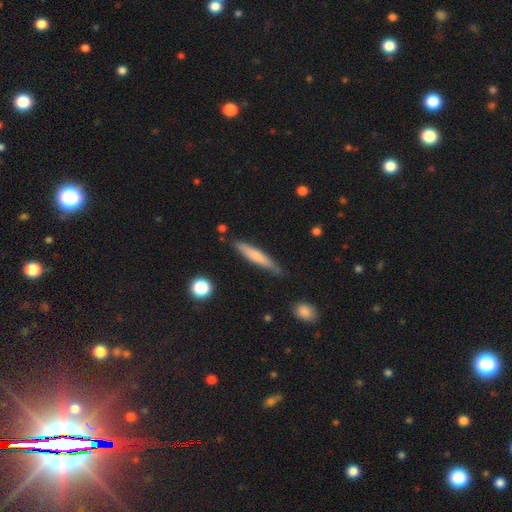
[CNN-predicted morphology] This is likely a smooth galaxy (64%). How rounded: clearly cigar-shaped (92%). Merging: likely none (79%).